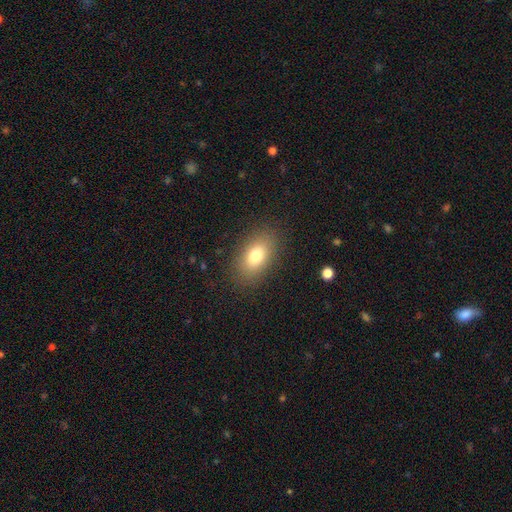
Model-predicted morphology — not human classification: Smooth or featured? Predicted: smooth (p=0.77). How rounded? Predicted: in between (p=0.88). Merging? Predicted: none (p=0.86).